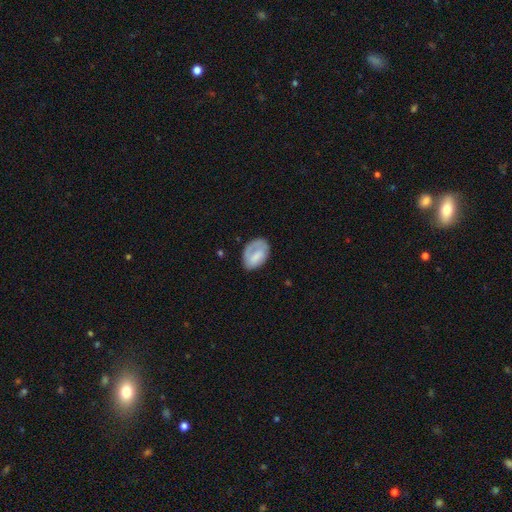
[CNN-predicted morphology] Smooth or featured? Predicted: smooth (p=0.64). How rounded? Predicted: in between (p=0.86). Merging? Predicted: none (p=0.56).